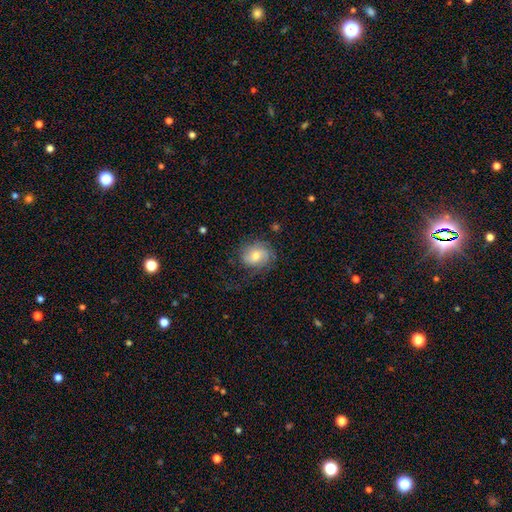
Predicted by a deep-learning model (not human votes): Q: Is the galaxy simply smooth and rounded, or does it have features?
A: smooth — 51%.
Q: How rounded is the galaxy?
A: round — 55%.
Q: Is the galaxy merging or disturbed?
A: none — 64%.